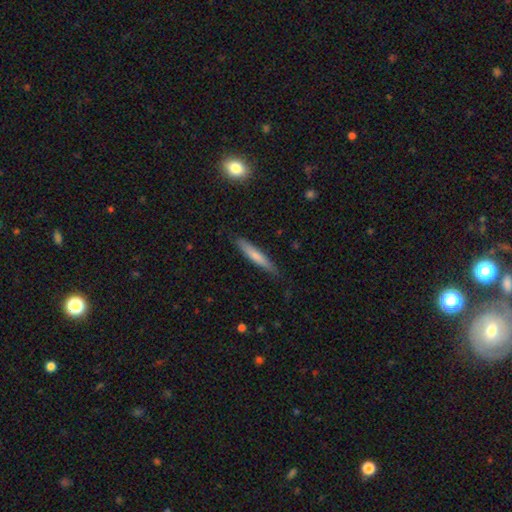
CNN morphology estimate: A smooth galaxy with no disk features (70%) that is cigar-shaped (93%). Merging: none (85%).